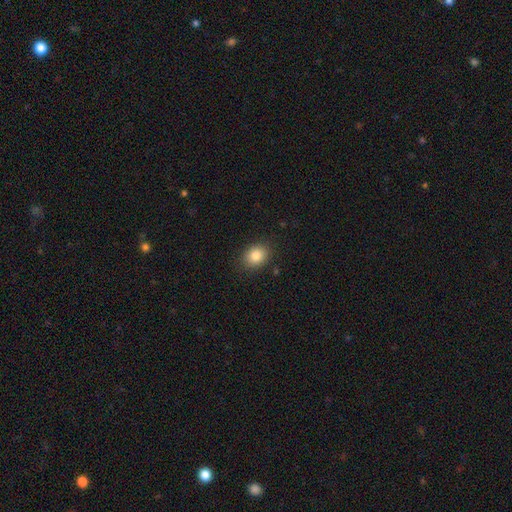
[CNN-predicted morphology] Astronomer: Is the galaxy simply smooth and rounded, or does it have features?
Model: smooth — 83%.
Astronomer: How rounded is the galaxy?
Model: in between — 56% (runner-up: round, 43%).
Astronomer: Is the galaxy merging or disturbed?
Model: none — 87%.